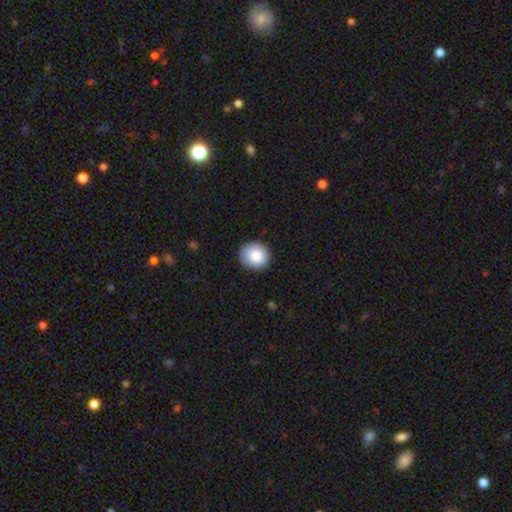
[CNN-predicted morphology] type=smooth (86%); roundness=round (86%); merging=none (88%).